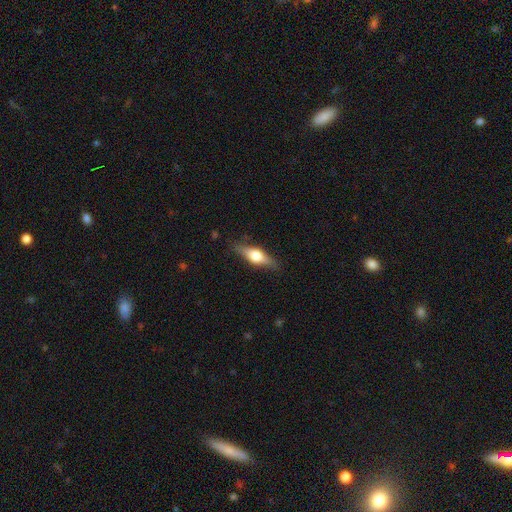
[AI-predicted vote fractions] Smooth or featured? Predicted: featured or disk (p=0.55). Edge-on disk? Predicted: yes (p=0.93). Edge-on bulge? Predicted: rounded (p=0.93). Merging? Predicted: none (p=0.84).